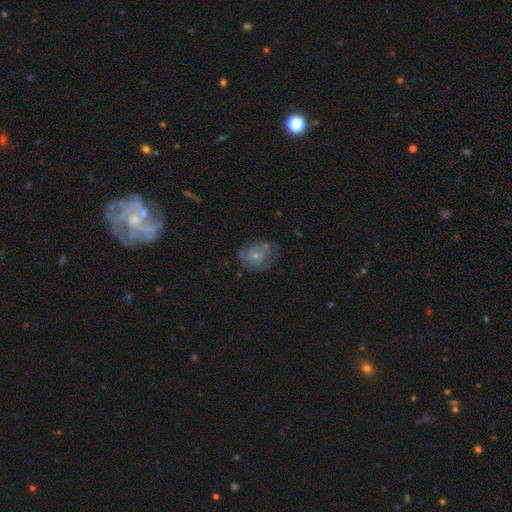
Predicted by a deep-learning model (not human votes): smooth 62%, featured or disk 30%, star or artifact 9%. Down the decision tree: how rounded — round (55%); merging — none (47%).